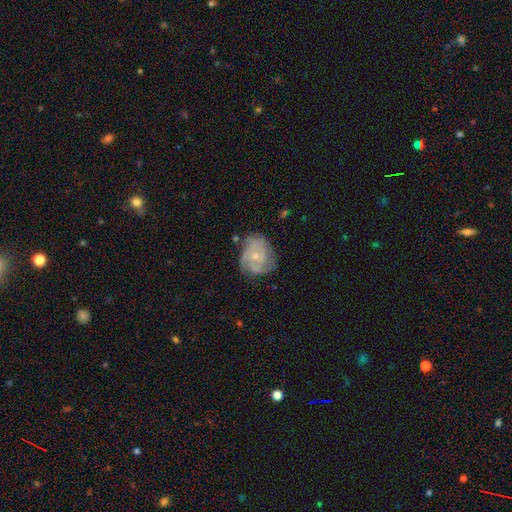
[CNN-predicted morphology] smooth_or_featured: featured or disk (p=0.73) [alt: smooth p=0.20]
disk_edge_on: no (p=0.98) [alt: yes p=0.02]
bar: no (p=0.75) [alt: weak p=0.22]
has_spiral_arms: yes (p=0.88) [alt: no p=0.12]
spiral_winding: tight (p=0.53) [alt: medium p=0.36]
spiral_arm_count: 3 (p=0.31) [alt: can't tell p=0.30]
bulge_size: small (p=0.67) [alt: moderate p=0.29]
merging: none (p=0.62) [alt: minor disturbance p=0.25]